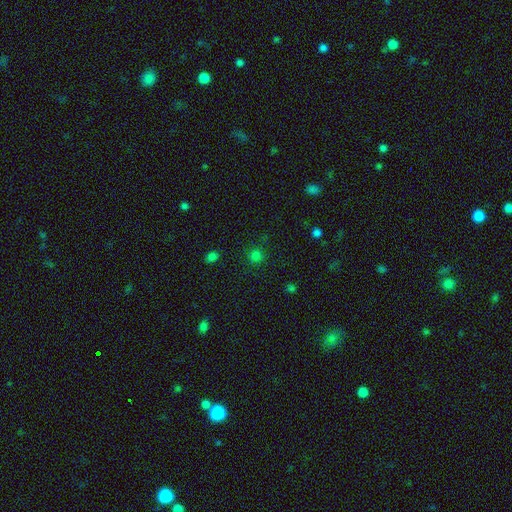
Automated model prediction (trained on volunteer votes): Morphology: type=smooth (73%); roundness=round (90%); merging=none (83%).